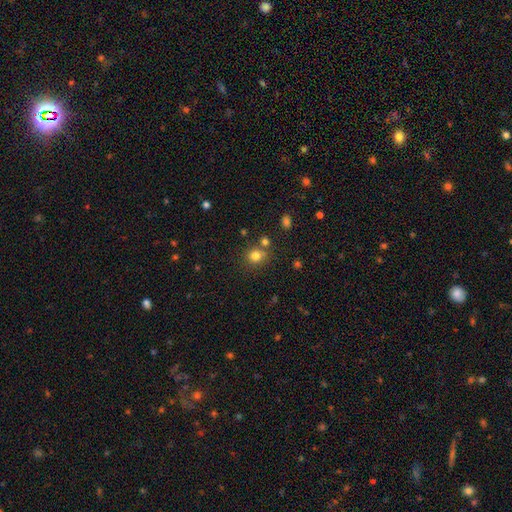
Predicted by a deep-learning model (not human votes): Overall: smooth (79%). How rounded: round (80%). Merging: none (67%).